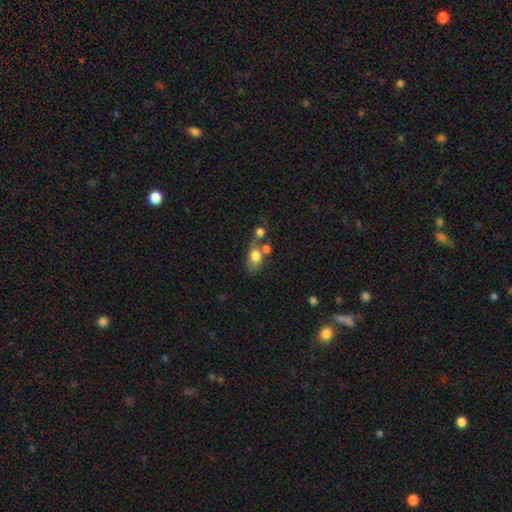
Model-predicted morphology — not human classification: smooth-or-featured: smooth: 76% | featured or disk: 15% | star or artifact: 9%
  how-rounded: in between: 71% | round: 26% | cigar-shaped: 3%
  merging: merger: 40% | none: 35% | minor disturbance: 15% | major disturbance: 10%